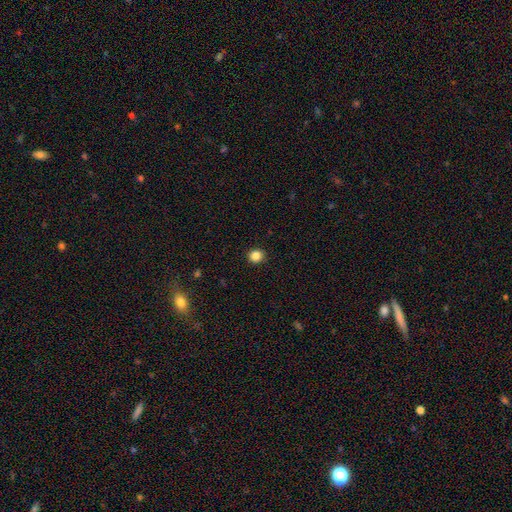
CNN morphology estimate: A smooth galaxy with no disk features (86%) that is round (87%). Merging: none (92%).